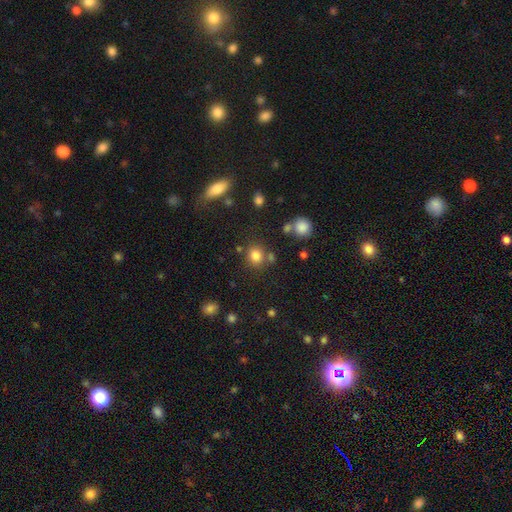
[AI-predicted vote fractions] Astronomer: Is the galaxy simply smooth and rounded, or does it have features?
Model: smooth — 80%.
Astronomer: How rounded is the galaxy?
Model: round — 80%.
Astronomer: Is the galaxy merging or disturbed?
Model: none — 73%.